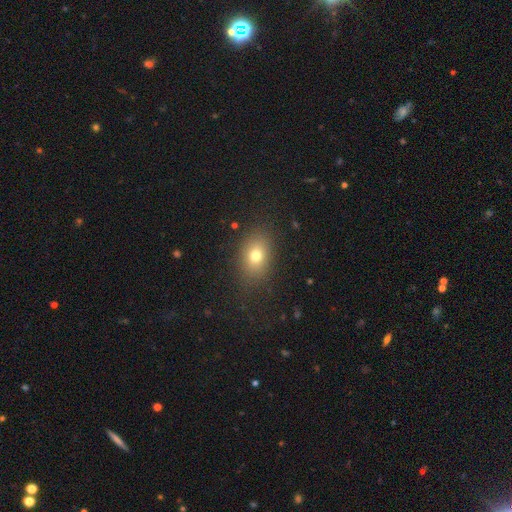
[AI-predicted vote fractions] Smooth or featured? Predicted: smooth (p=0.74). How rounded? Predicted: in between (p=0.70). Merging? Predicted: none (p=0.84).